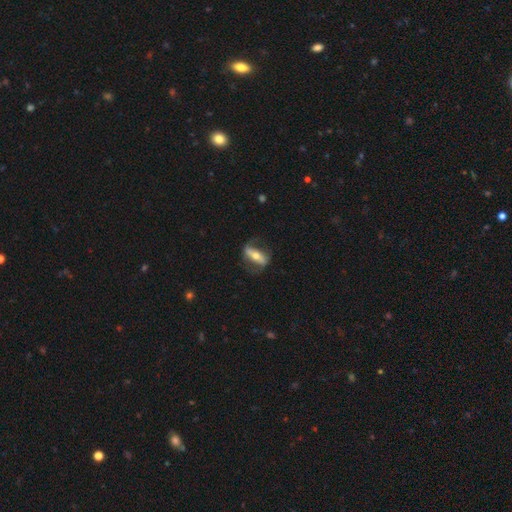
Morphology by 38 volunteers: This is possibly a featured or disk galaxy (55%). It is clearly not viewed edge-on (81%). Bar: likely strong (65%). Spiral arm pattern: possibly yes (53%). Spiral arm count: clearly 2 (89%). Spiral winding: possibly medium (56%). Central bulge: likely moderate (65%). Merging: marginally none (44%).